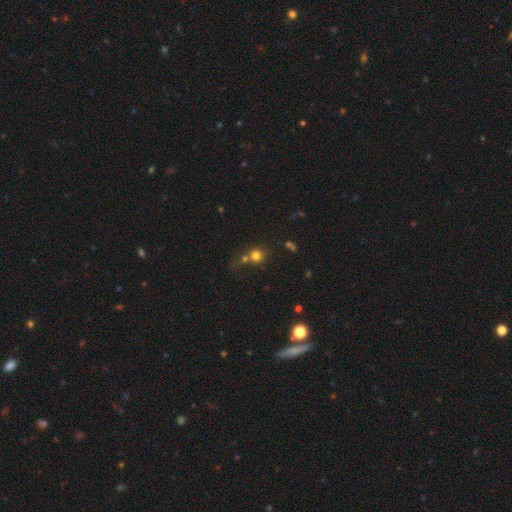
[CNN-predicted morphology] type=smooth (73%); roundness=round (89%); merging=none (54%).